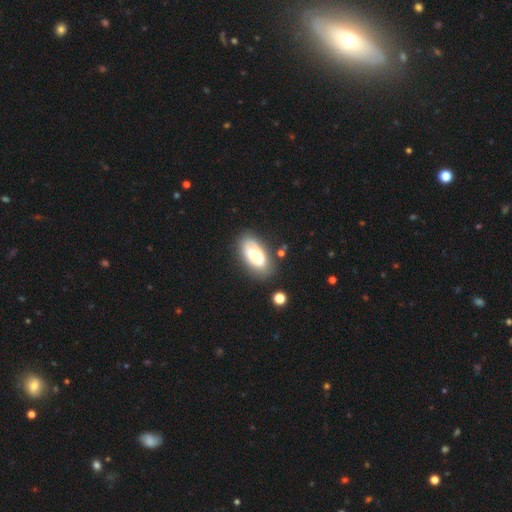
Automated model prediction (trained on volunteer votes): This appears to be a smooth galaxy with no disk features (59%) that is in between round and cigar-shaped (91%). Merging: none (66%).